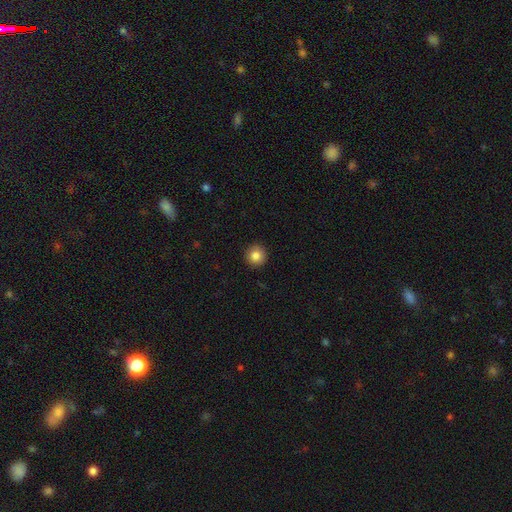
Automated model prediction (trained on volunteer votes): This appears to be a smooth galaxy with no disk features (84%) that is round (95%). Merging: none (93%).